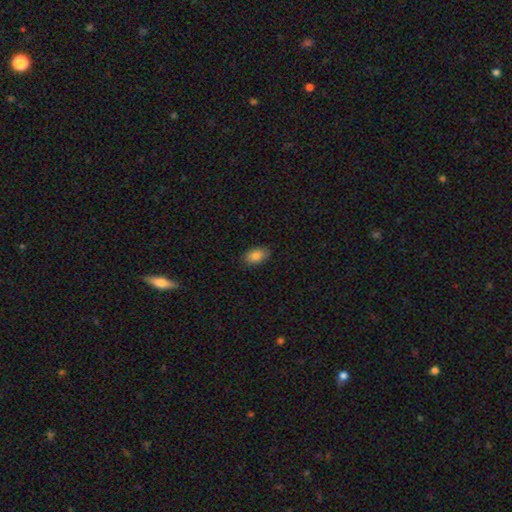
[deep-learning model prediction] Smooth or featured?
  - smooth: 85% *
  - star or artifact: 7%
  - featured or disk: 7%
How rounded?
  - in between: 91% *
  - round: 8%
  - cigar-shaped: 1%
Merging?
  - none: 85% *
  - minor disturbance: 12%
  - major disturbance: 2%
  - merger: 1%